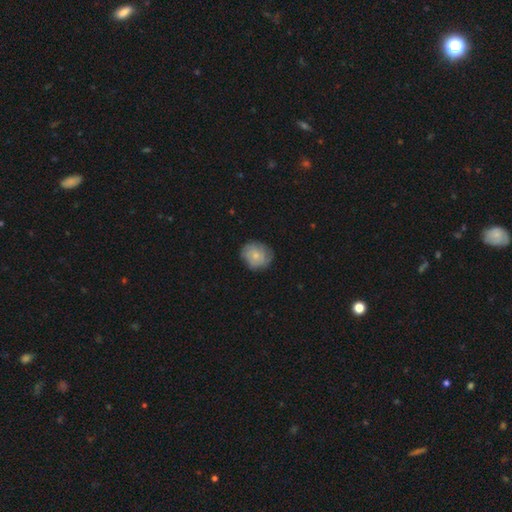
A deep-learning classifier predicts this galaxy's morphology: A smooth galaxy with no disk features (55%) that is round (75%). Merging: none (74%).